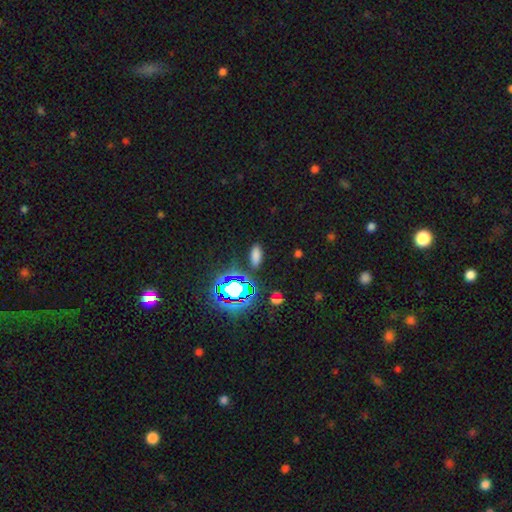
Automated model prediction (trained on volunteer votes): Smooth or featured: smooth — 67% (star or artifact — 26%)
How rounded: in between — 85% (cigar-shaped — 10%)
Merging: none — 84% (minor disturbance — 10%)